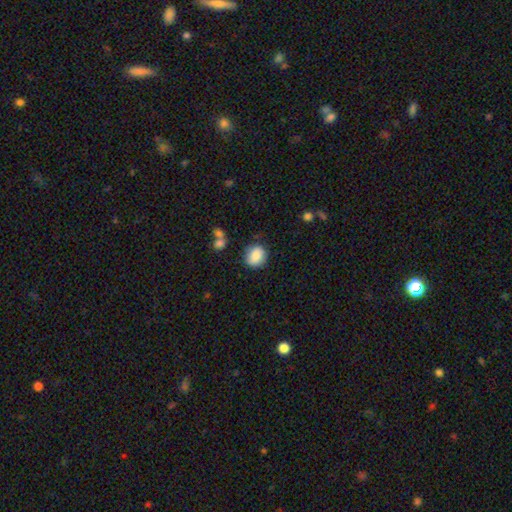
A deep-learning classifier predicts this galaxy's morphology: A smooth galaxy with no disk features (87%) that is round (74%).

Vote fractions:
- Smooth or featured? smooth: 87% / star or artifact: 8% / featured or disk: 6%
- How rounded? round: 74% / in between: 25% / cigar-shaped: 1%
- Merging? none: 81% / minor disturbance: 13% / major disturbance: 3% / merger: 3%